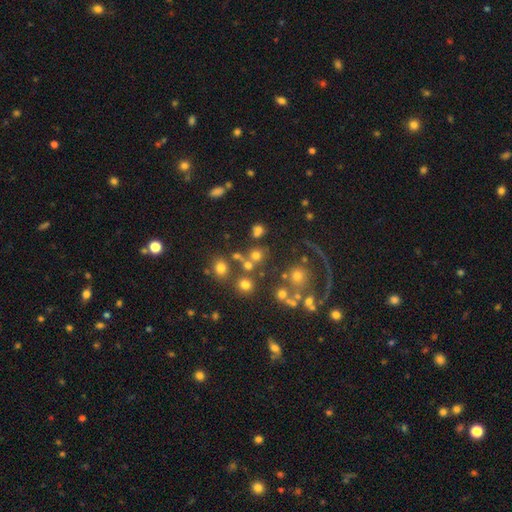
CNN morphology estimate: Q: Smooth or featured?
A: smooth (64%); runner-up: star or artifact (23%)
Q: How rounded?
A: round (84%); runner-up: in between (14%)
Q: Merging?
A: none (65%); runner-up: merger (20%)